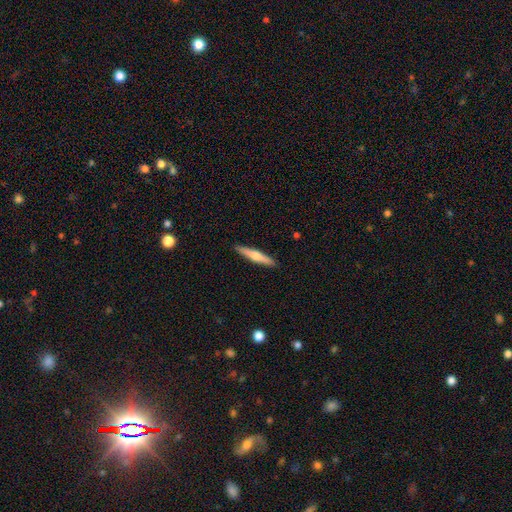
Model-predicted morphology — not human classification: type=featured or disk (48%); merging=none (92%).